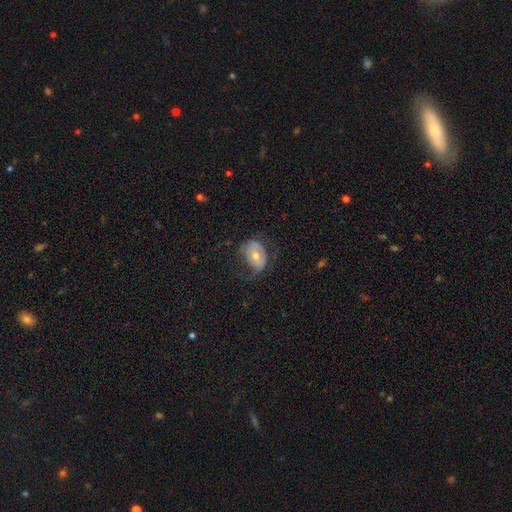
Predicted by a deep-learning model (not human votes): smooth 50%, featured or disk 43%, star or artifact 7%. Down the decision tree: merging — none (43%).